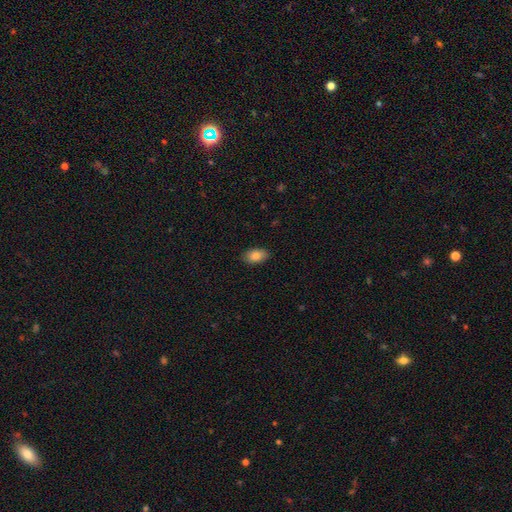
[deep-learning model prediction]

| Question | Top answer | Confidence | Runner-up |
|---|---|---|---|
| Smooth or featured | smooth | 84% | featured or disk (8%) |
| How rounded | in between | 92% | round (6%) |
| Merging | none | 88% | minor disturbance (9%) |